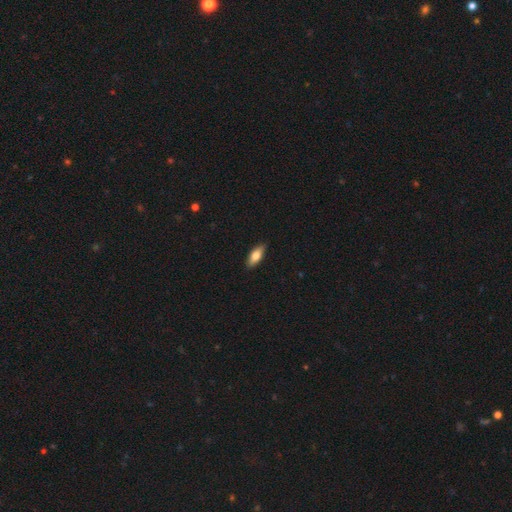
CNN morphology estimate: smooth_or_featured: smooth (p=0.77) [alt: featured or disk p=0.17]
how_rounded: in between (p=0.78) [alt: cigar-shaped p=0.20]
merging: none (p=0.88) [alt: minor disturbance p=0.09]